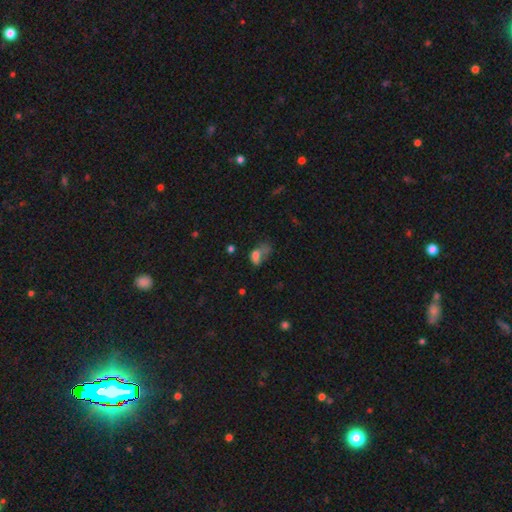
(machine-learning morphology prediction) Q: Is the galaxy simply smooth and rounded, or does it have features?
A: smooth — 65%.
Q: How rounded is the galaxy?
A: in between — 80%.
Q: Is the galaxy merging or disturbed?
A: major disturbance — 45%.